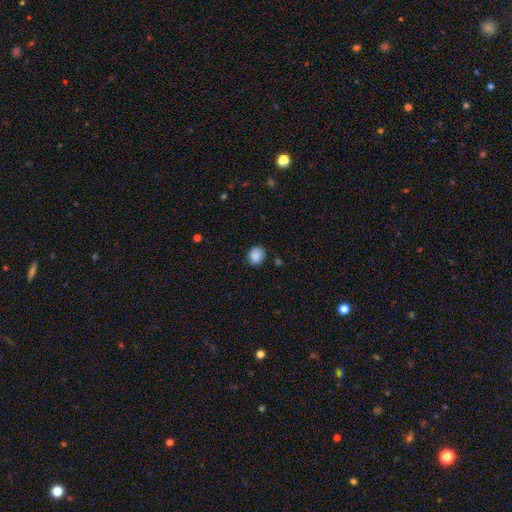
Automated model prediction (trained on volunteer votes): A smooth galaxy with no disk features (87%) that is round (74%).

Vote fractions:
- Smooth or featured? smooth: 87% / star or artifact: 9% / featured or disk: 4%
- How rounded? round: 74% / in between: 25% / cigar-shaped: 1%
- Merging? none: 84% / minor disturbance: 12% / major disturbance: 3% / merger: 2%